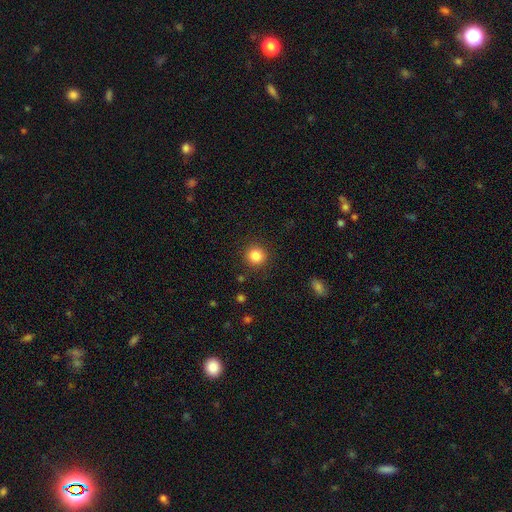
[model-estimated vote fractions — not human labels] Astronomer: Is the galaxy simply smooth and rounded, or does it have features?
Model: smooth — 84%.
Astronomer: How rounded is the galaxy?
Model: round — 94%.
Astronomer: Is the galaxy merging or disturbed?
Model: none — 90%.